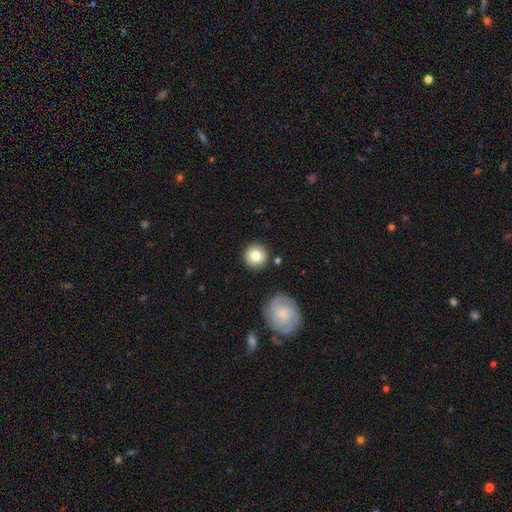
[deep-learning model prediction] smooth-or-featured: smooth: 82% | featured or disk: 10% | star or artifact: 8%
  how-rounded: round: 95% | in between: 4% | cigar-shaped: 1%
  merging: none: 87% | minor disturbance: 7% | merger: 4% | major disturbance: 2%